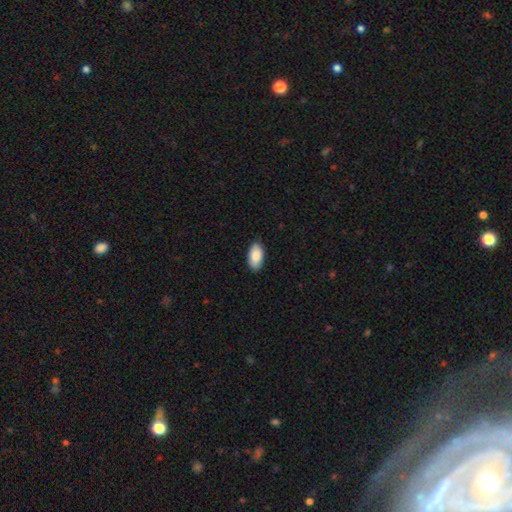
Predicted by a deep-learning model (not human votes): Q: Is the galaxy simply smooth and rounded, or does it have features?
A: smooth — 88%.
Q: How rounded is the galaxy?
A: in between — 95%.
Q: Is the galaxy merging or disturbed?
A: none — 89%.